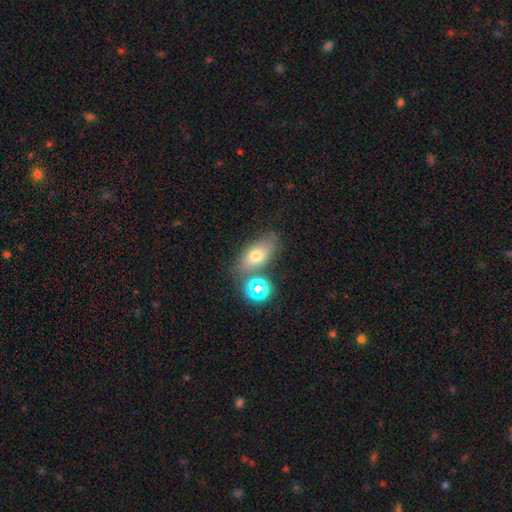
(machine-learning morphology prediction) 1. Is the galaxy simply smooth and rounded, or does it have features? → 64% smooth, 19% featured or disk, 16% star or artifact.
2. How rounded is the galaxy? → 80% in between, 14% round, 6% cigar-shaped.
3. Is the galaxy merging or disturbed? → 62% none, 16% minor disturbance, 15% merger, 6% major disturbance.